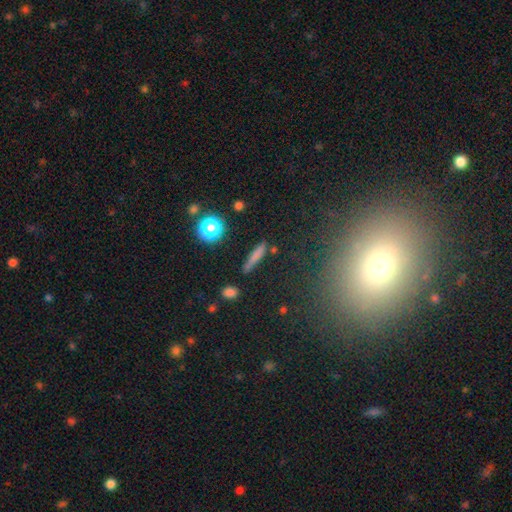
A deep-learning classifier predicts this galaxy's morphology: Smooth or featured? Predicted: smooth (p=0.71). How rounded? Predicted: cigar-shaped (p=0.88). Merging? Predicted: none (p=0.78).